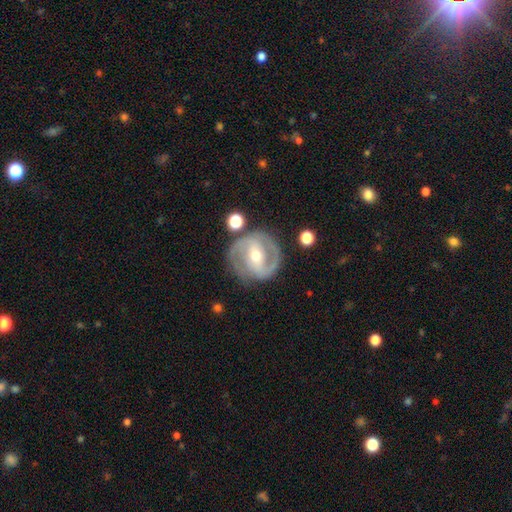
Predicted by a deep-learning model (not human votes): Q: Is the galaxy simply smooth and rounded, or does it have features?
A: featured or disk — 83%.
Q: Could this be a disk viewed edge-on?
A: no — 97%.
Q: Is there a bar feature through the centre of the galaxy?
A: strong — 45%.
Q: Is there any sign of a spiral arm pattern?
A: yes — 87%.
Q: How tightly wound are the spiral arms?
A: medium — 44%.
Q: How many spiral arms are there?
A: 2 — 82%.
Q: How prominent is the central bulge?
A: moderate — 58%.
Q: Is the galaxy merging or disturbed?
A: none — 78%.